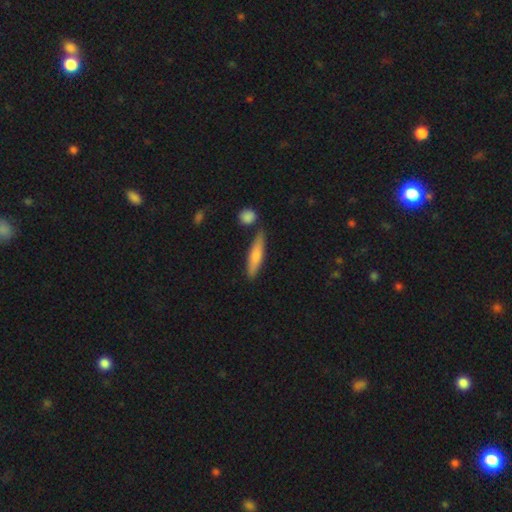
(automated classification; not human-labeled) smooth_or_featured: smooth (p=0.70) [alt: featured or disk p=0.24]
how_rounded: cigar-shaped (p=0.80) [alt: in between p=0.18]
merging: none (p=0.78) [alt: minor disturbance p=0.13]